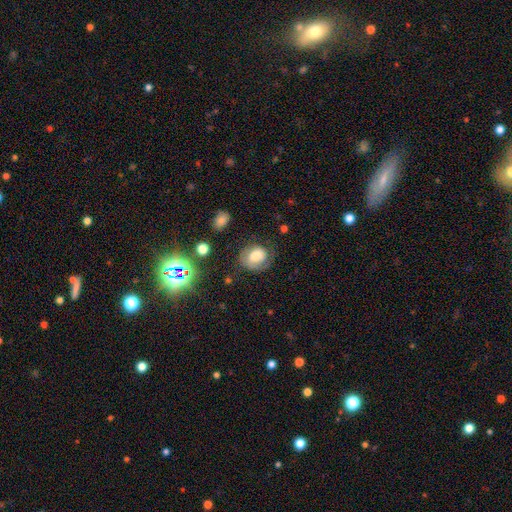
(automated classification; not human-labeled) Overall: smooth (55%; featured or disk 34%). How rounded: round (60%; in between 39%). Merging: none (58%; minor disturbance 24%).